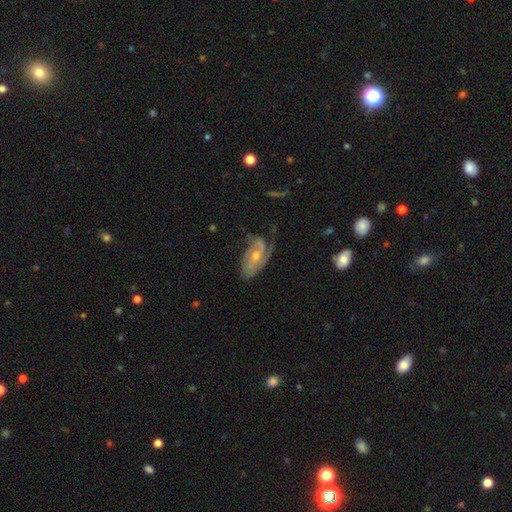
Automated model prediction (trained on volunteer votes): This appears to be a featured or disk galaxy (77%) with no bar (67%), 2 (32%) tight (40%) spiral arms (90%) and a small central bulge (48%). Merging: none (51%).